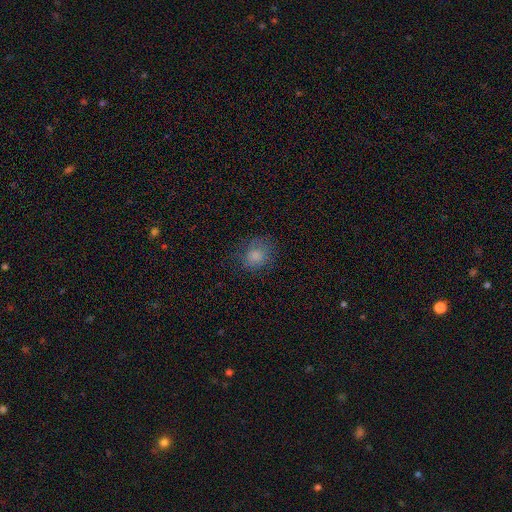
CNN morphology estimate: Q: Smooth or featured?
A: smooth (78%); runner-up: star or artifact (12%)
Q: How rounded?
A: round (65%); runner-up: in between (34%)
Q: Merging?
A: none (71%); runner-up: minor disturbance (19%)